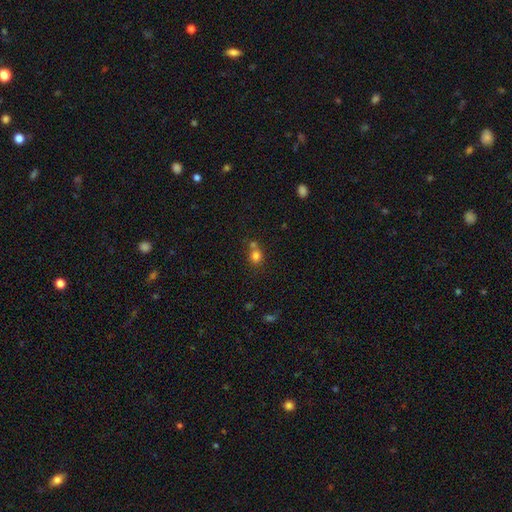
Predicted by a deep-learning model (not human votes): smooth-or-featured: smooth: 77% | star or artifact: 14% | featured or disk: 9%
  how-rounded: round: 71% | in between: 28% | cigar-shaped: 1%
  merging: none: 49% | merger: 36% | minor disturbance: 11% | major disturbance: 4%